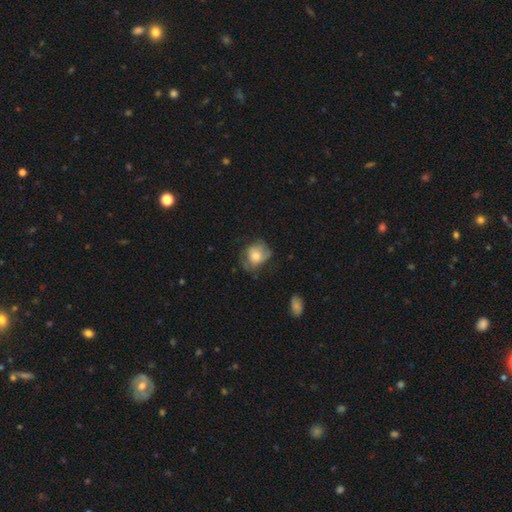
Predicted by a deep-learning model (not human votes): This is possibly a smooth galaxy (46%, tied with featured or disk). Merging: possibly none (52%).